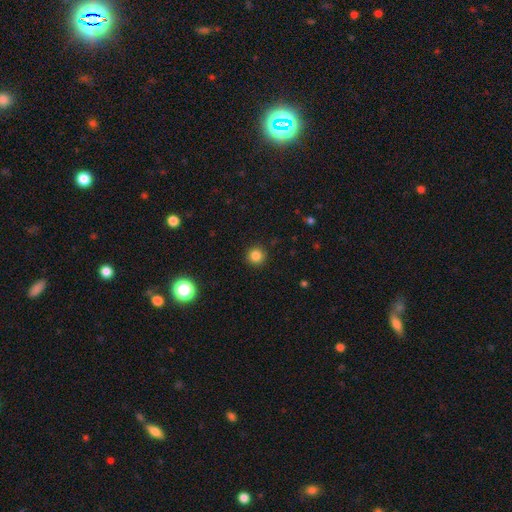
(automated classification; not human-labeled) smooth-or-featured: smooth: 83% | star or artifact: 12% | featured or disk: 4%
  how-rounded: round: 95% | in between: 4% | cigar-shaped: 1%
  merging: none: 92% | minor disturbance: 5% | major disturbance: 2% | merger: 1%